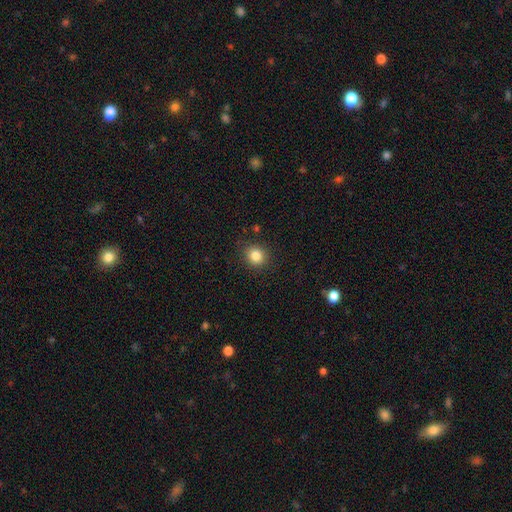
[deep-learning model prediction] Morphology: type=smooth (84%); roundness=round (78%); merging=none (87%).